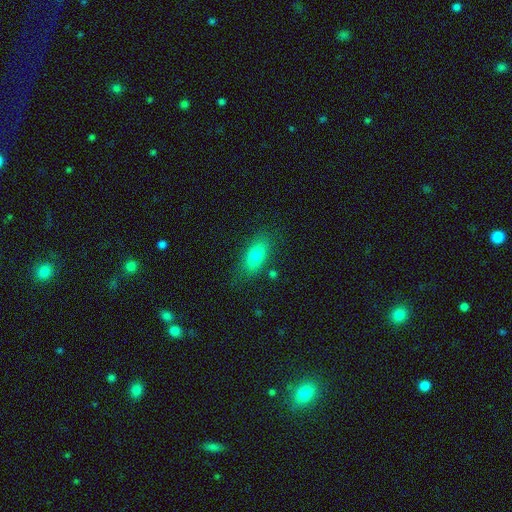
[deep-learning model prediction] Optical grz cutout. It shows a smooth galaxy with no disk features (79%) that is in between round and cigar-shaped (83%). Merging: none (77%).